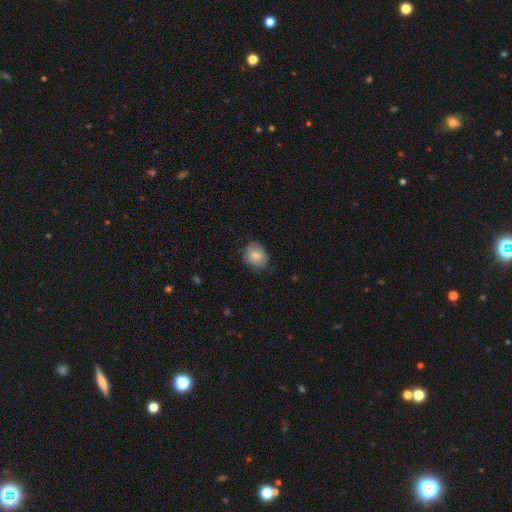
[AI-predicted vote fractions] Overall: smooth (79%). How rounded: round (52%; in between 47%). Merging: none (71%).